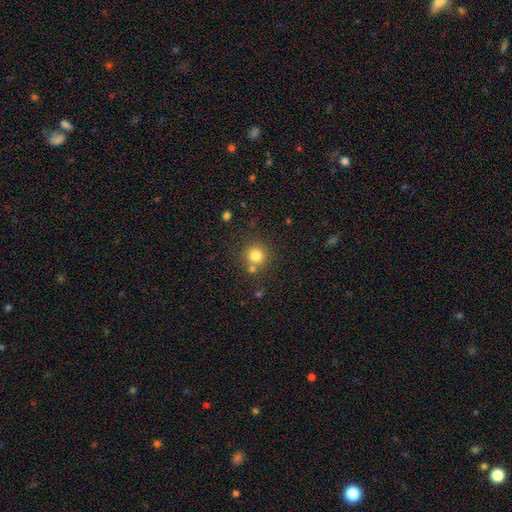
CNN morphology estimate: This appears to be a smooth galaxy with no disk features (80%) that is round (92%). Merging: none (75%).